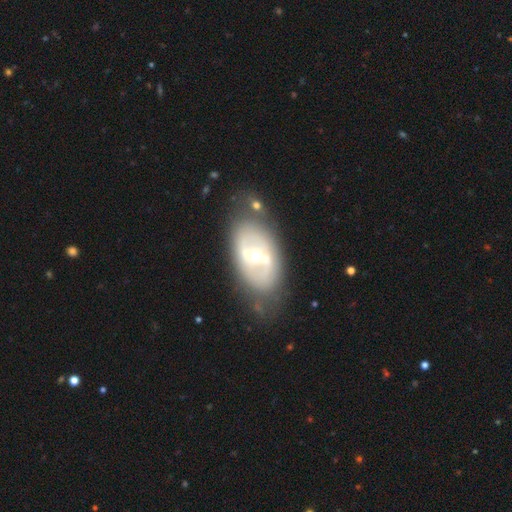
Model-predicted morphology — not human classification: Smooth or featured? featured or disk (77%)
Edge-on disk? no (93%)
Bar? strong (59%)
Spiral arms? yes (53%)
Bulge size? moderate (51%)
Merging? none (70%)